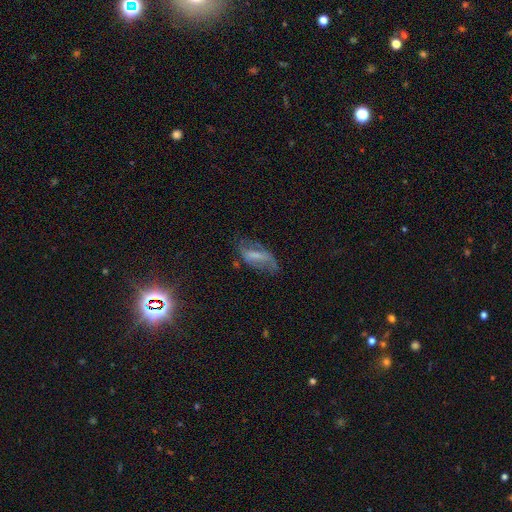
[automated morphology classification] featured or disk 52%, smooth 36%, star or artifact 12%. Down the decision tree: edge-on disk — no (87%); merging — none (48%).